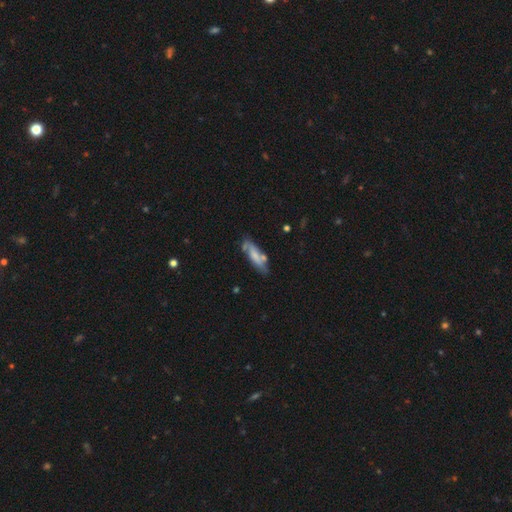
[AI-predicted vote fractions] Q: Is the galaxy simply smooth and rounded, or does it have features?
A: smooth — 54%.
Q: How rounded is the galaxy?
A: cigar-shaped — 51%.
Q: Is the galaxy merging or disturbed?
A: none — 59%.